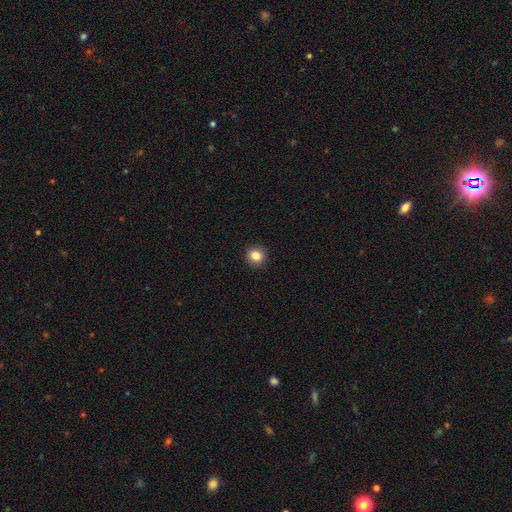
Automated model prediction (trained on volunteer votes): A smooth galaxy with no disk features (85%) that is round (90%).

Vote fractions:
- Smooth or featured? smooth: 85% / star or artifact: 10% / featured or disk: 5%
- How rounded? round: 90% / in between: 9% / cigar-shaped: 1%
- Merging? none: 92% / minor disturbance: 6% / major disturbance: 2% / merger: 1%